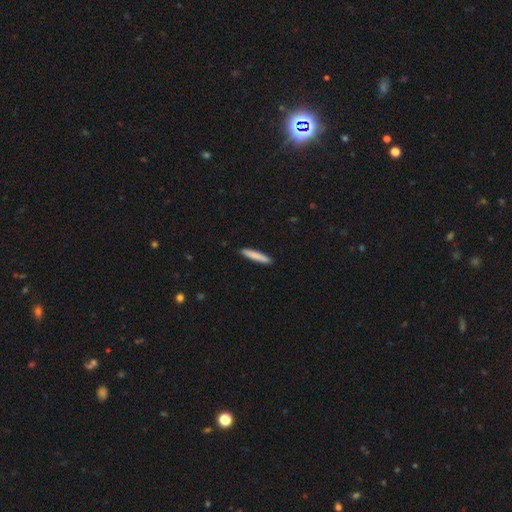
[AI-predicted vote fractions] Smooth or featured?
  - smooth: 83% *
  - featured or disk: 12%
  - star or artifact: 6%
How rounded?
  - cigar-shaped: 93% *
  - in between: 6%
  - round: 1%
Merging?
  - none: 91% *
  - minor disturbance: 6%
  - major disturbance: 1%
  - merger: 1%